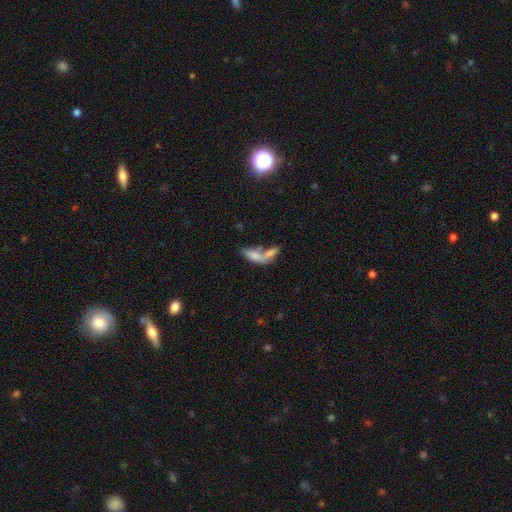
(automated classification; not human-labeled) A smooth galaxy with no disk features (68%) that is in between round and cigar-shaped (65%). Merging: merger (62%).